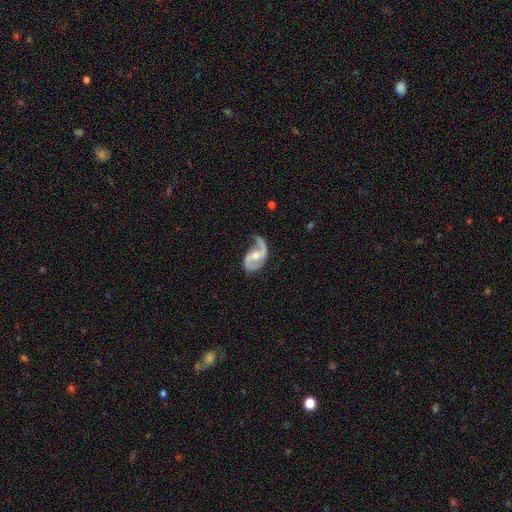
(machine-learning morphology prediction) smooth_or_featured: featured or disk (p=0.87) [alt: smooth p=0.09]
disk_edge_on: no (p=0.97) [alt: yes p=0.03]
bar: no (p=0.51) [alt: weak p=0.38]
has_spiral_arms: yes (p=0.95) [alt: no p=0.05]
spiral_winding: loose (p=0.53) [alt: medium p=0.37]
spiral_arm_count: 2 (p=0.84) [alt: 1 p=0.10]
bulge_size: moderate (p=0.61) [alt: small p=0.32]
merging: none (p=0.48) [alt: minor disturbance p=0.28]